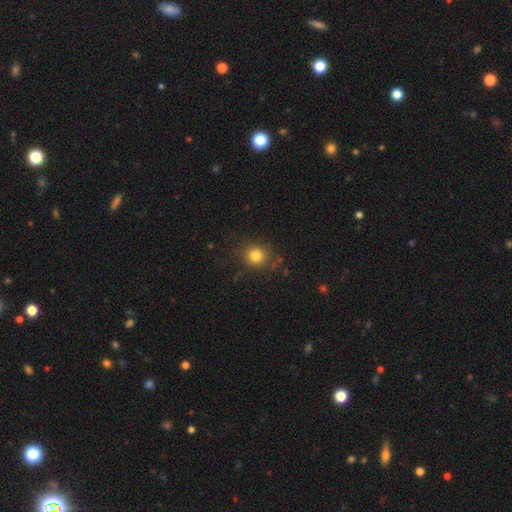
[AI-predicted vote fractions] smooth 81%, star or artifact 12%, featured or disk 7%. Down the decision tree: how rounded — round (85%); merging — none (83%).